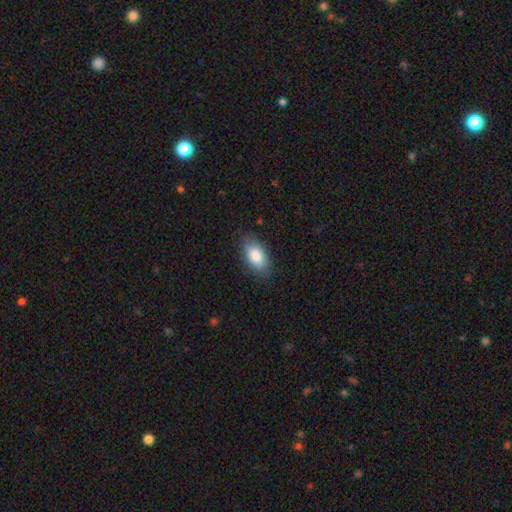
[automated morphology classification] Q: Smooth or featured?
A: smooth (85%); runner-up: featured or disk (9%)
Q: How rounded?
A: in between (93%); runner-up: cigar-shaped (4%)
Q: Merging?
A: none (83%); runner-up: minor disturbance (13%)